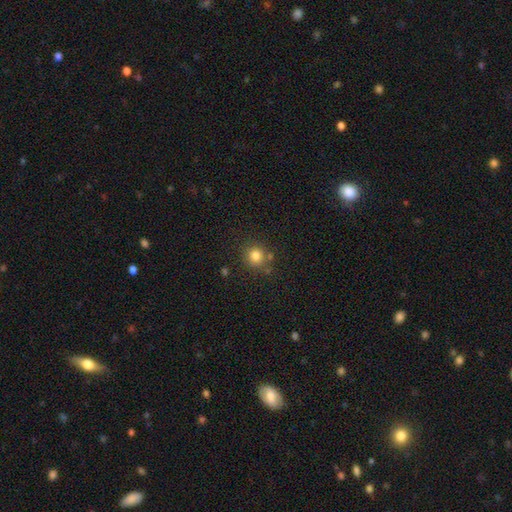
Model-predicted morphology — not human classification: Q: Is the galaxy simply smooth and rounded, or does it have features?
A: smooth — 82%.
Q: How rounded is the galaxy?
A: round — 89%.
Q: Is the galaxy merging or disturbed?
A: none — 76%.